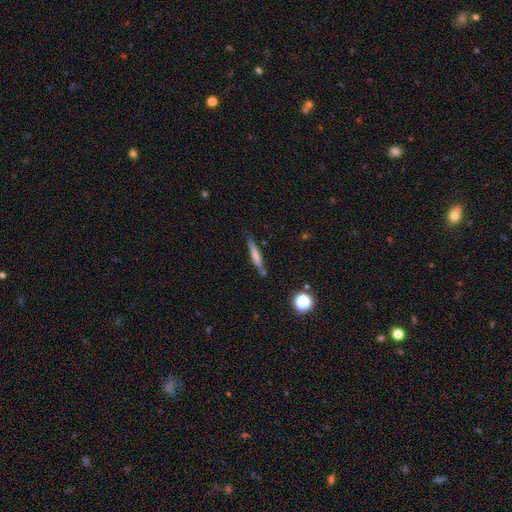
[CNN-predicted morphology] smooth-or-featured: smooth: 61% | featured or disk: 31% | star or artifact: 8%
  how-rounded: cigar-shaped: 93% | in between: 5% | round: 2%
  merging: none: 77% | minor disturbance: 14% | merger: 6% | major disturbance: 3%